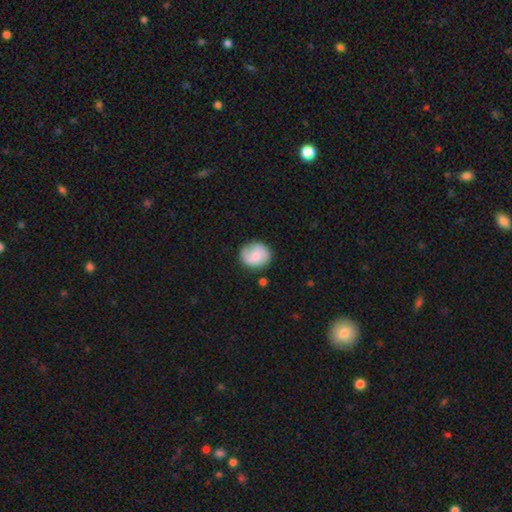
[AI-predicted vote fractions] Smooth or featured?
  - smooth: 59% *
  - featured or disk: 34%
  - star or artifact: 7%
How rounded?
  - round: 79% *
  - in between: 20%
  - cigar-shaped: 1%
Merging?
  - none: 79% *
  - minor disturbance: 15%
  - major disturbance: 4%
  - merger: 3%